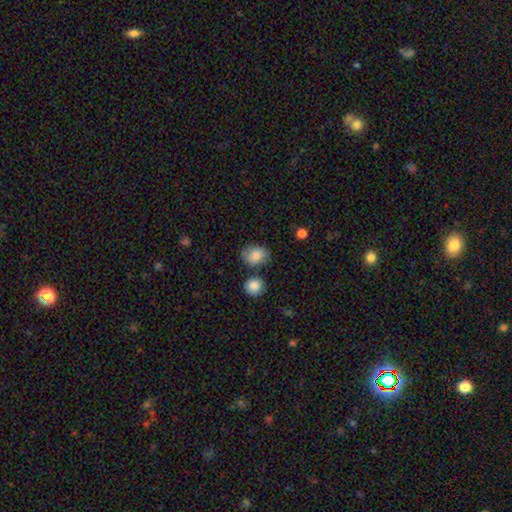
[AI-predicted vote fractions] A smooth galaxy with no disk features (83%) that is in between round and cigar-shaped (58%).

Vote fractions:
- Smooth or featured? smooth: 83% / featured or disk: 10% / star or artifact: 8%
- How rounded? in between: 58% / round: 41% / cigar-shaped: 1%
- Merging? none: 68% / minor disturbance: 18% / merger: 9% / major disturbance: 5%